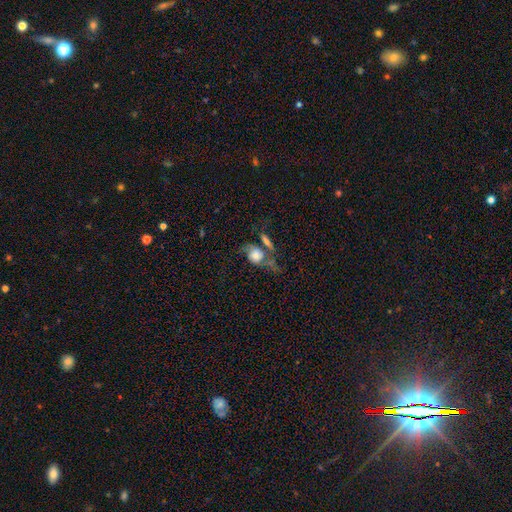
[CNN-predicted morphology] The model was most divided on "merging": none: 30%, merger: 29%, major disturbance: 24%, minor disturbance: 17%. Remaining: smooth or featured — smooth (49%).